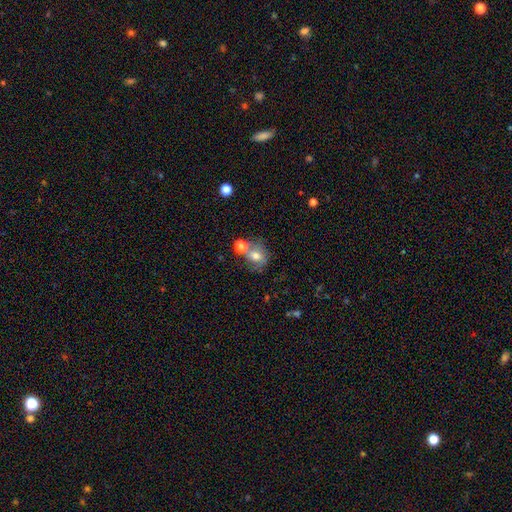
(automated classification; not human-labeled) This is likely a smooth galaxy (64%). How rounded: likely round (63%). Merging: possibly none (45%).